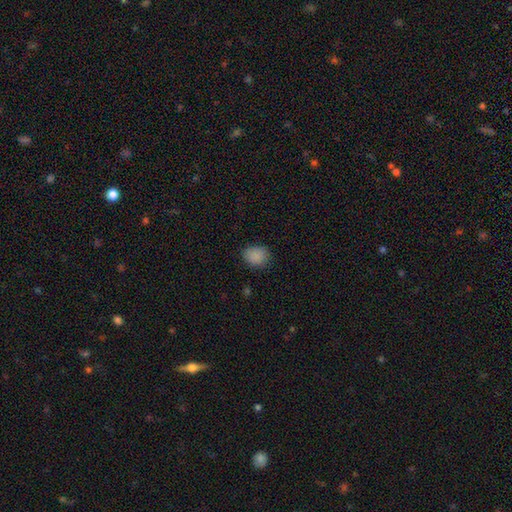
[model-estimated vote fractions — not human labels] This appears to be a smooth galaxy with no disk features (87%) that is round (61%). Merging: none (82%).